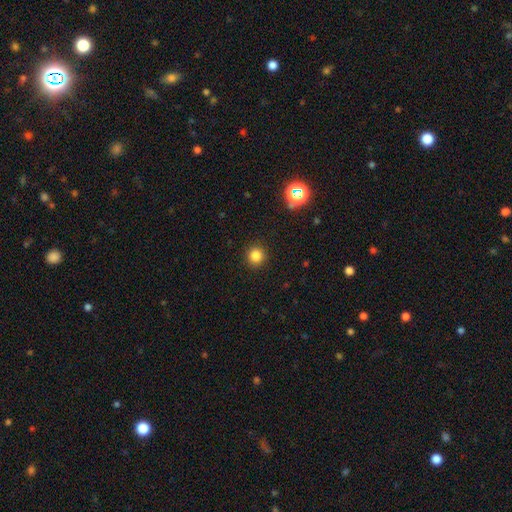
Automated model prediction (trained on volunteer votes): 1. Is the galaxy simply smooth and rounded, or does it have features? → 83% smooth, 13% star or artifact, 4% featured or disk.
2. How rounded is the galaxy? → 92% round, 7% in between, 1% cigar-shaped.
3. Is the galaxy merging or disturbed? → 92% none, 5% minor disturbance, 2% major disturbance, 1% merger.